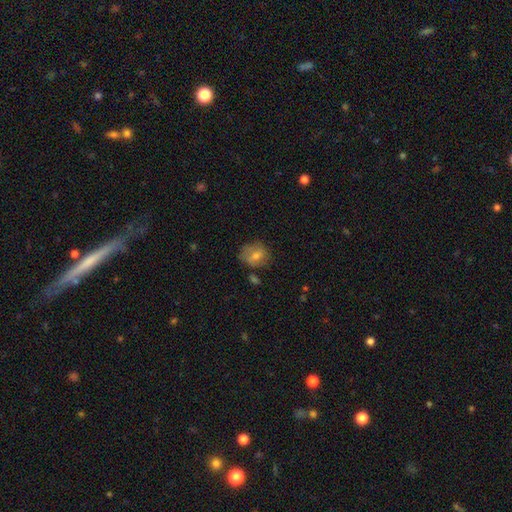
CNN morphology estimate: The model was most divided on "how rounded": round: 61%, in between: 38%, cigar-shaped: 1%. More confident: merging — none (67%); smooth or featured — smooth (59%).